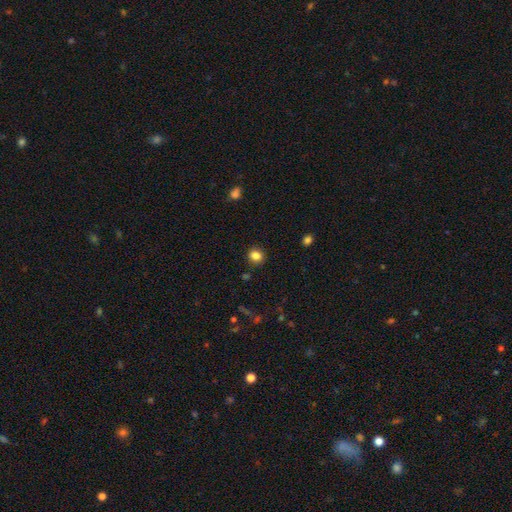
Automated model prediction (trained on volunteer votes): smooth_or_featured: smooth (p=0.83) [alt: star or artifact p=0.12]
how_rounded: round (p=0.81) [alt: in between p=0.18]
merging: none (p=0.90) [alt: minor disturbance p=0.07]